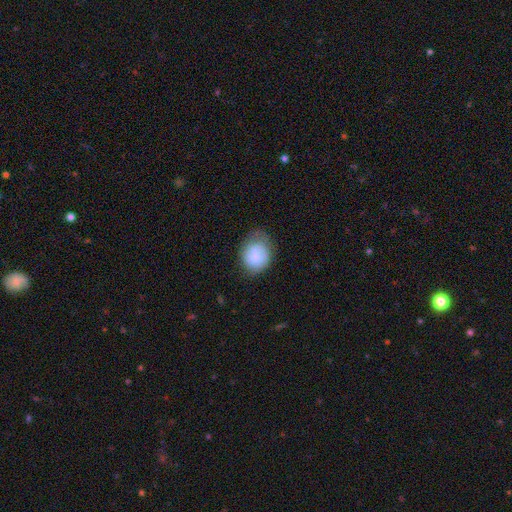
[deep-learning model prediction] smooth-or-featured: smooth: 64% | featured or disk: 28% | star or artifact: 8%
  how-rounded: round: 59% | in between: 40% | cigar-shaped: 1%
  merging: none: 54% | minor disturbance: 31% | major disturbance: 13% | merger: 3%